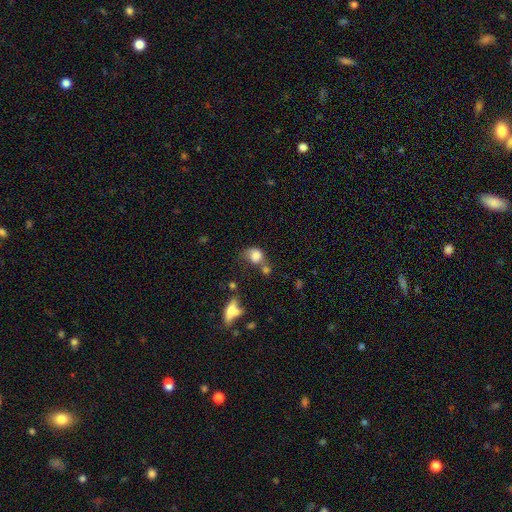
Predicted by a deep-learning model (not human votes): Morphology: type=smooth (79%); roundness=round (57%); merging=none (35%).